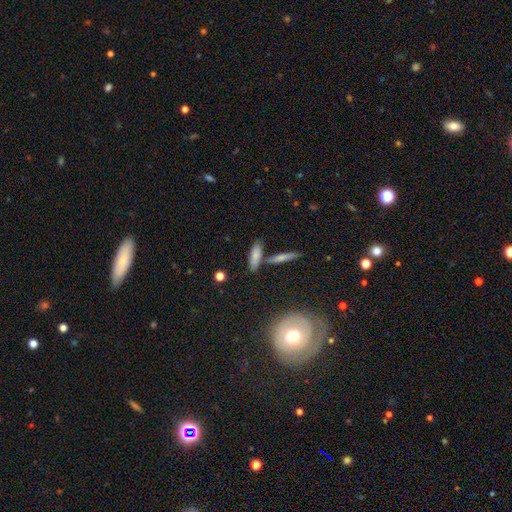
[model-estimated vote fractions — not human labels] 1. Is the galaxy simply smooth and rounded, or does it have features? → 73% smooth, 18% featured or disk, 9% star or artifact.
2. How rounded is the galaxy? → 49% in between, 48% cigar-shaped, 3% round.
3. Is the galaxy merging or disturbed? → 65% none, 19% merger, 13% minor disturbance, 4% major disturbance.